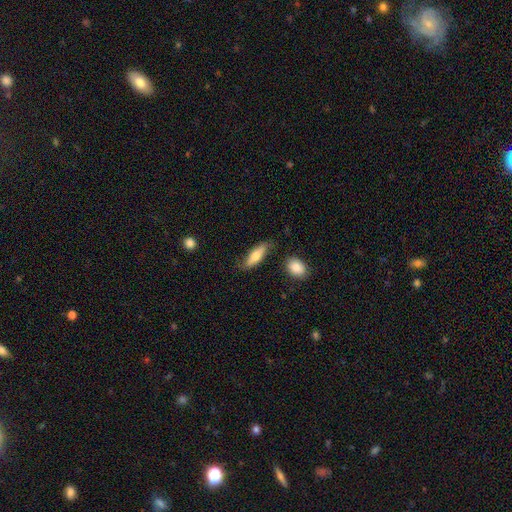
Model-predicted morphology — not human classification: Smooth or featured? smooth (66%)
How rounded? in between (54%)
Merging? none (72%)